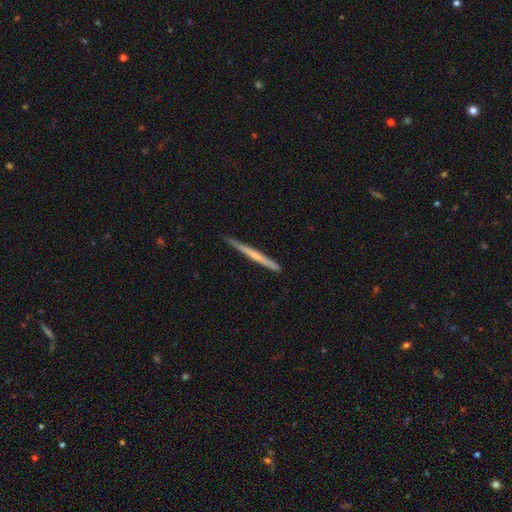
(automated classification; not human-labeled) The model was most divided on "smooth or featured": featured or disk: 53%, smooth: 41%, star or artifact: 6%. More confident: edge-on disk — yes (97%); merging — none (88%); edge-on bulge — none (67%).